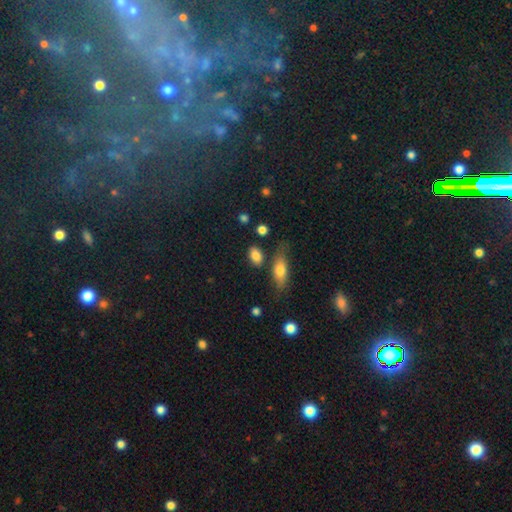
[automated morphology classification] This is clearly a smooth galaxy (84%). How rounded: clearly in between (81%). Merging: likely none (74%).